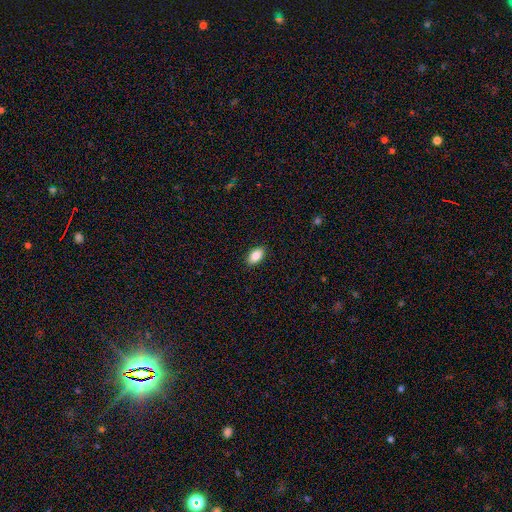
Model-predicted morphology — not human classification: smooth-or-featured: smooth: 87% | star or artifact: 7% | featured or disk: 6%
  how-rounded: in between: 93% | round: 4% | cigar-shaped: 3%
  merging: none: 90% | minor disturbance: 7% | major disturbance: 2% | merger: 1%